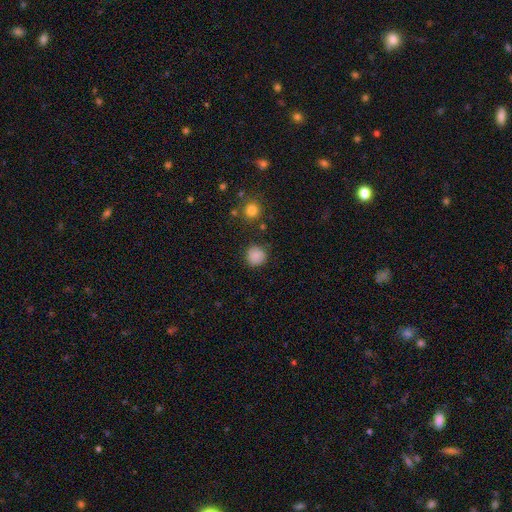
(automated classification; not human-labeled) A smooth galaxy with no disk features (85%) that is round (92%).

Vote fractions:
- Smooth or featured? smooth: 85% / star or artifact: 10% / featured or disk: 5%
- How rounded? round: 92% / in between: 7% / cigar-shaped: 1%
- Merging? none: 86% / minor disturbance: 9% / major disturbance: 3% / merger: 2%